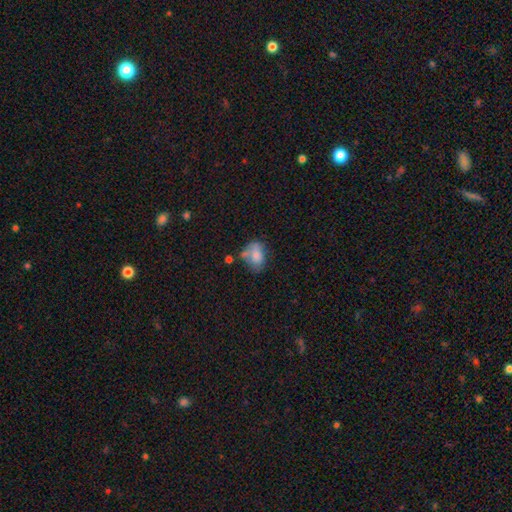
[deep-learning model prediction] smooth_or_featured: smooth (p=0.73) [alt: featured or disk p=0.17]
how_rounded: in between (p=0.72) [alt: round p=0.27]
merging: none (p=0.39) [alt: minor disturbance p=0.28]